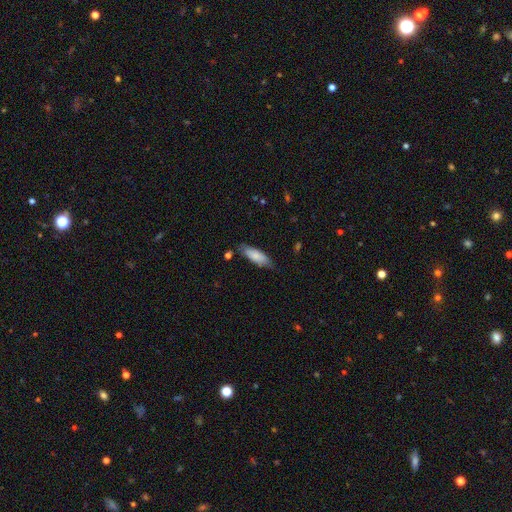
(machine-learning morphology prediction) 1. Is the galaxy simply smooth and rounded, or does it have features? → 79% smooth, 15% featured or disk, 6% star or artifact.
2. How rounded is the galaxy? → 61% in between, 38% cigar-shaped, 2% round.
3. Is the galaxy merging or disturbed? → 73% none, 21% minor disturbance, 4% major disturbance, 3% merger.